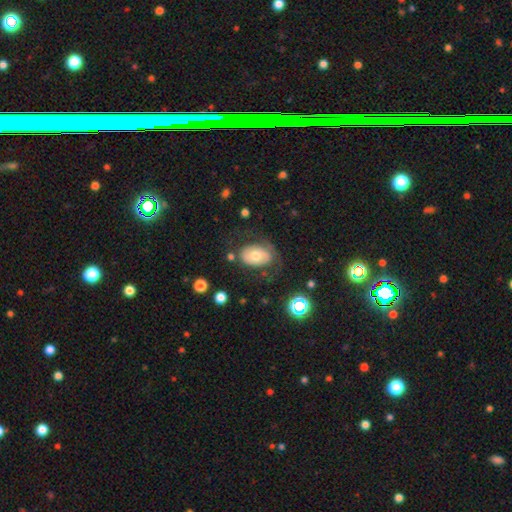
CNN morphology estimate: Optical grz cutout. It shows a smooth galaxy with no disk features (56%) that is in between round and cigar-shaped (84%). Merging: none (60%).